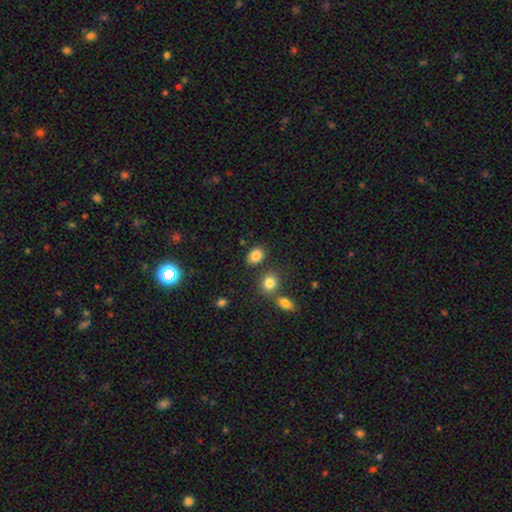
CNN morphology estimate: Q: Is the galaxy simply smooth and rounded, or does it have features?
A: smooth — 84%.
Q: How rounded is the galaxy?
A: in between — 68%.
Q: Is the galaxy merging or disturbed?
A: none — 78%.